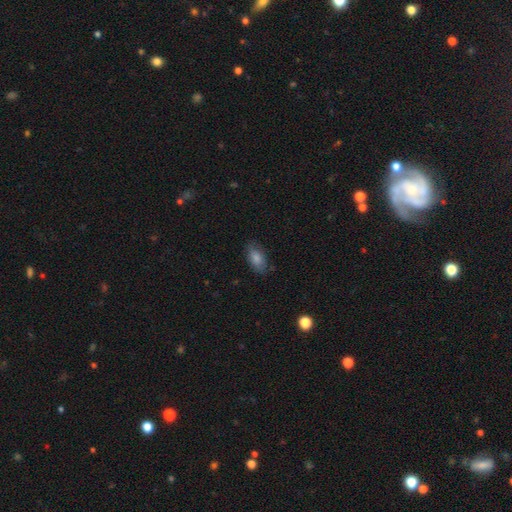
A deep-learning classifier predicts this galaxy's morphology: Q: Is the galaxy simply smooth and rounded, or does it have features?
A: smooth — 70%.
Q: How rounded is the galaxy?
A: in between — 88%.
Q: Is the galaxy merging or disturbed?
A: none — 81%.